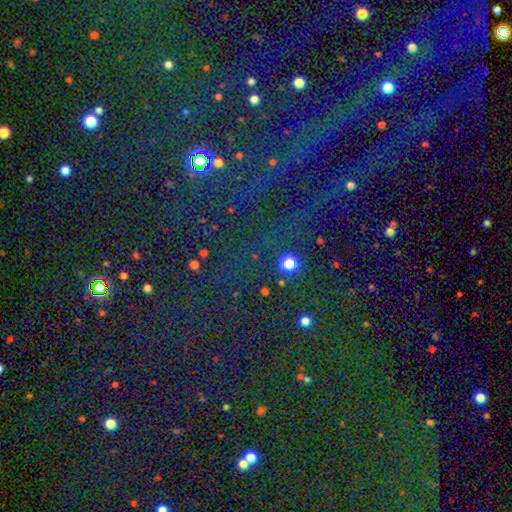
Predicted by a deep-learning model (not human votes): Morphology: type=star or artifact (80%).